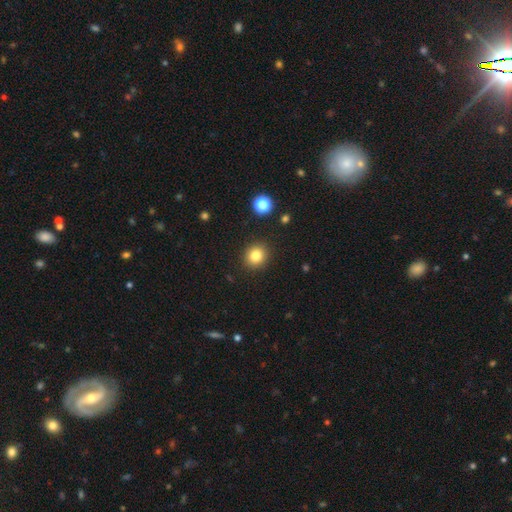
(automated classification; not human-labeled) Overall: smooth (82%). How rounded: round (84%). Merging: none (90%).